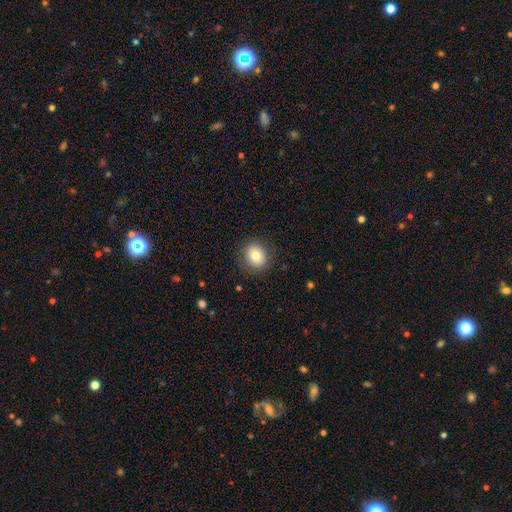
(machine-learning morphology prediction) The model was most divided on "how rounded": round: 75%, in between: 24%, cigar-shaped: 1%. More confident: merging — none (87%); smooth or featured — smooth (82%).